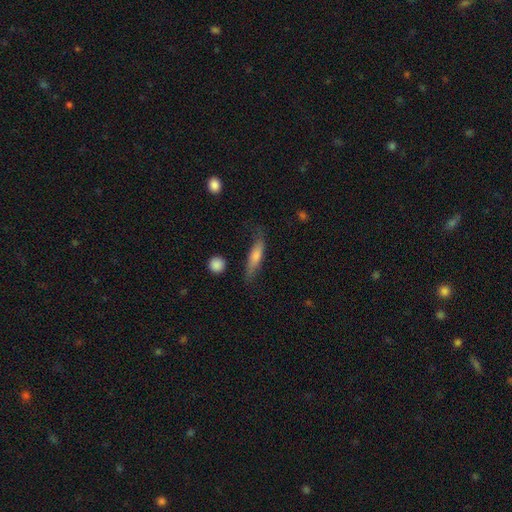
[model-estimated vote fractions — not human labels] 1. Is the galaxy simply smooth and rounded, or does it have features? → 58% smooth, 35% featured or disk, 7% star or artifact.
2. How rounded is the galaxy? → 75% cigar-shaped, 22% in between, 3% round.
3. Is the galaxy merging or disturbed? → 67% none, 23% minor disturbance, 7% major disturbance, 2% merger.